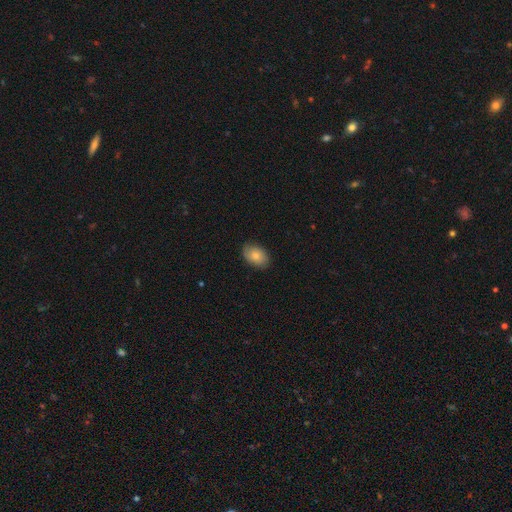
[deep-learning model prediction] A smooth galaxy with no disk features (79%) that is in between round and cigar-shaped (85%).

Vote fractions:
- Smooth or featured? smooth: 79% / featured or disk: 14% / star or artifact: 7%
- How rounded? in between: 85% / round: 14% / cigar-shaped: 1%
- Merging? none: 84% / minor disturbance: 13% / major disturbance: 2% / merger: 1%